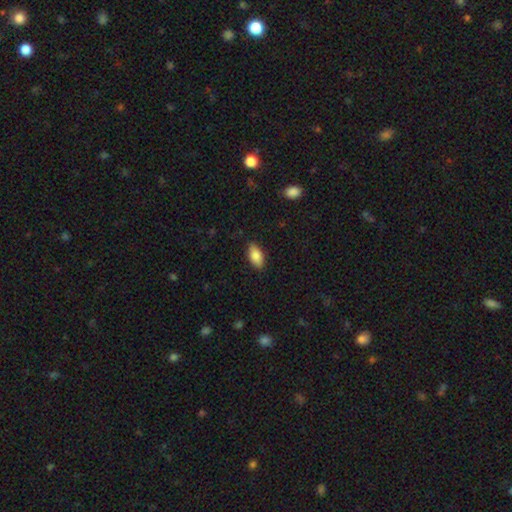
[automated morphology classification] Smooth or featured? smooth (84%)
How rounded? in between (91%)
Merging? none (85%)